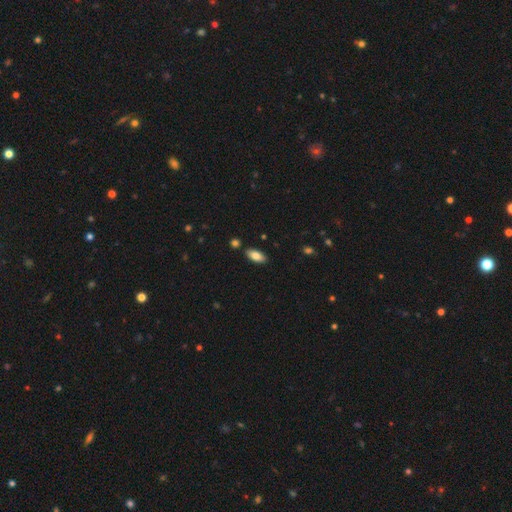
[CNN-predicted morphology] The model was most divided on "smooth or featured": smooth: 83%, featured or disk: 9%, star or artifact: 7%. More confident: how rounded — in between (88%); merging — none (85%).